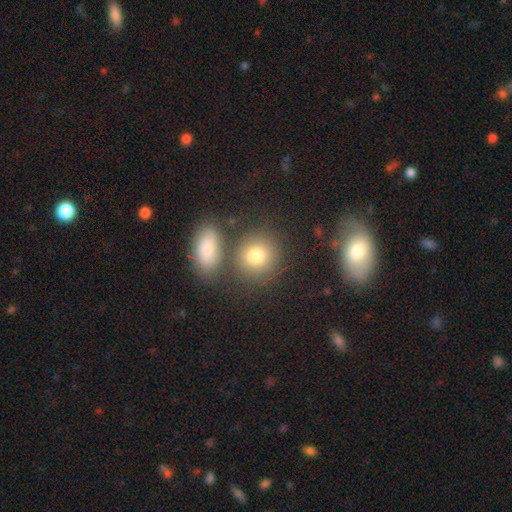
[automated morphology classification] A smooth galaxy with no disk features (79%) that is round (77%). Merging: none (68%).